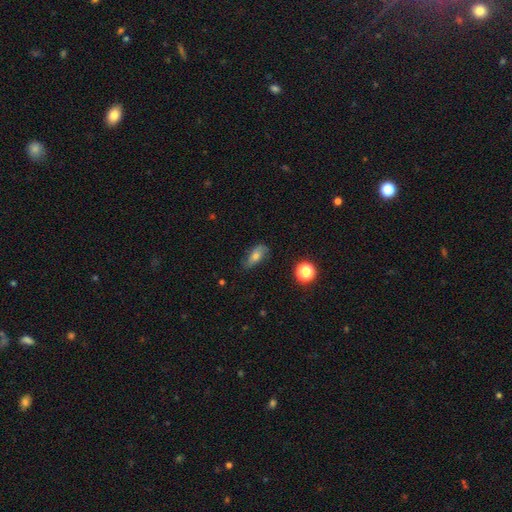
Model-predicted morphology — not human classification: This is possibly a smooth galaxy (58%). How rounded: likely in between (77%). Merging: likely none (71%).